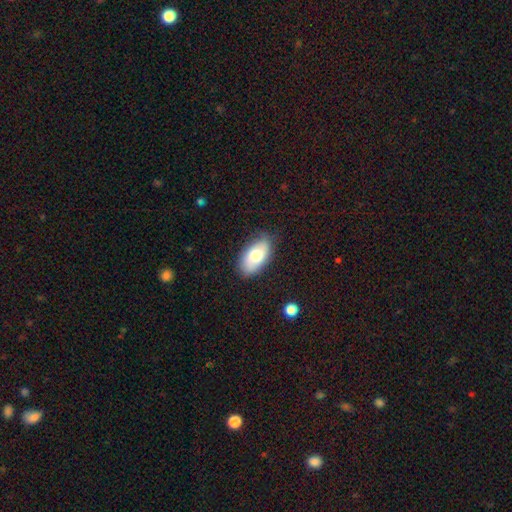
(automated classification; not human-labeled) This appears to be a smooth galaxy with no disk features (73%) that is in between round and cigar-shaped (94%). Merging: none (80%).